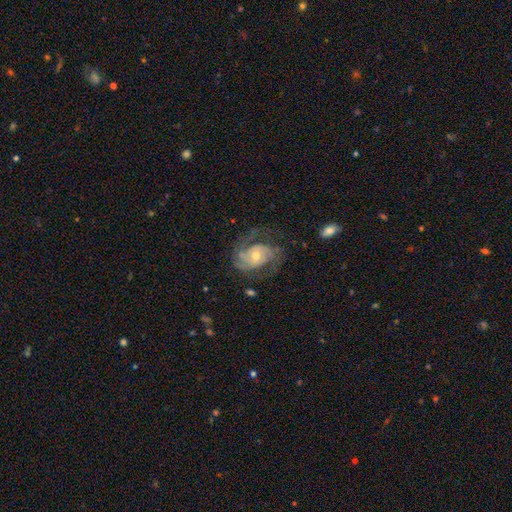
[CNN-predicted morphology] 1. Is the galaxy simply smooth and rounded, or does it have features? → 85% featured or disk, 10% smooth, 5% star or artifact.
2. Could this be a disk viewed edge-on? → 97% no, 3% yes.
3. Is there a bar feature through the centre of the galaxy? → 69% no, 25% weak, 5% strong.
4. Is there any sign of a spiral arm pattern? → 94% yes, 6% no.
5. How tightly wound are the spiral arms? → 42% medium, 41% tight, 17% loose.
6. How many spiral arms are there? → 56% 2, 16% can't tell, 15% 3, 5% 1, 4% 4, 3% more than 4.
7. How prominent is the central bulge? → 57% moderate, 36% small, 4% large, 1% none, 1% dominant.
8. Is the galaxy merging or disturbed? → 61% none, 19% minor disturbance, 18% major disturbance, 2% merger.